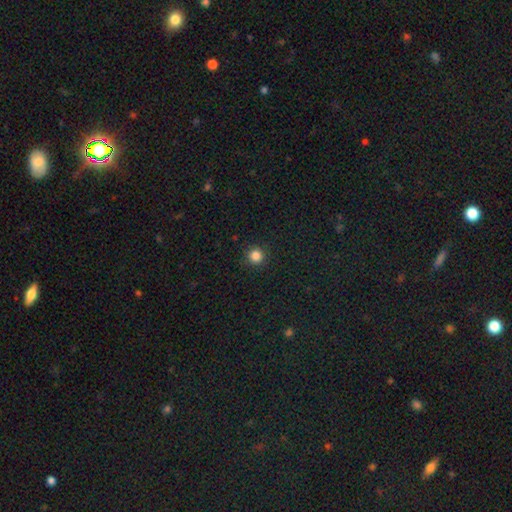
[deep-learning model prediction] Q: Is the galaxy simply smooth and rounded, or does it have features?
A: smooth — 84%.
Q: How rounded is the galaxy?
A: round — 95%.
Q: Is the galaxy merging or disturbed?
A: none — 92%.